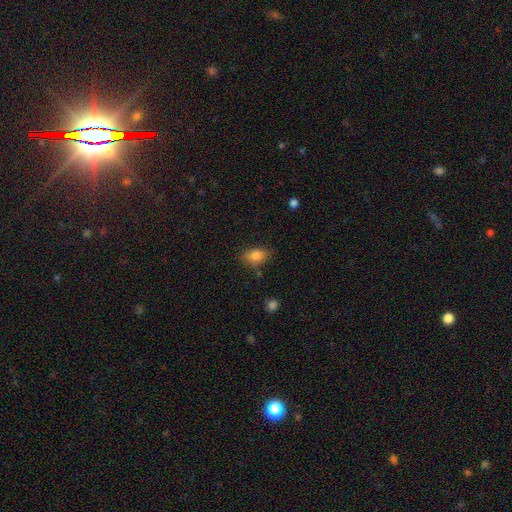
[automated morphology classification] This appears to be a smooth galaxy with no disk features (84%) that is in between round and cigar-shaped (86%). Merging: none (77%).